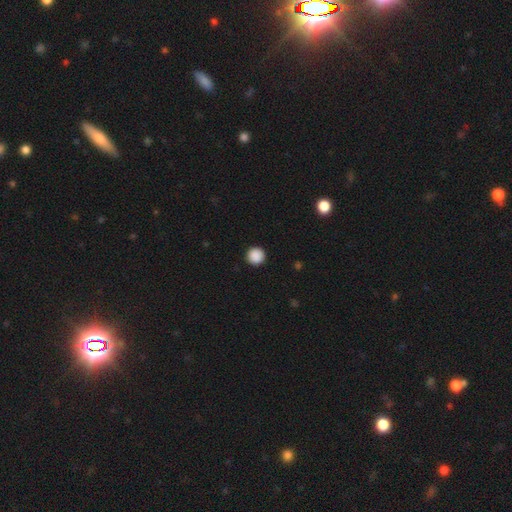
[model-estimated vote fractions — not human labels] Smooth or featured?
  - smooth: 89% *
  - star or artifact: 9%
  - featured or disk: 2%
How rounded?
  - round: 96% *
  - in between: 3%
  - cigar-shaped: 1%
Merging?
  - none: 93% *
  - minor disturbance: 5%
  - major disturbance: 2%
  - merger: 1%